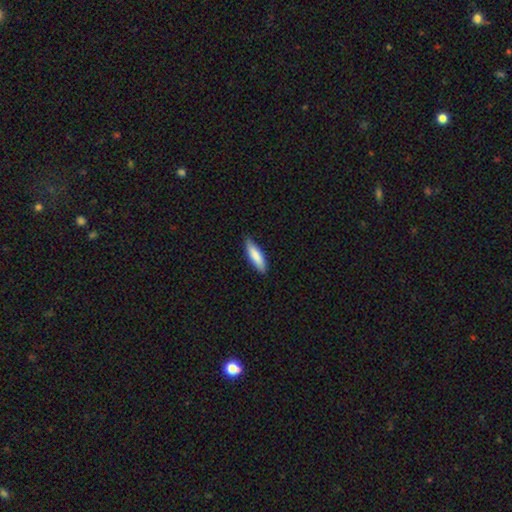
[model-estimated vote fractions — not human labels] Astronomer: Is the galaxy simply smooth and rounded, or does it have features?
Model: smooth — 84%.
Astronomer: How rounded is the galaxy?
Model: cigar-shaped — 60% (runner-up: in between, 39%).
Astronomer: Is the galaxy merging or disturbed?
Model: none — 83%.